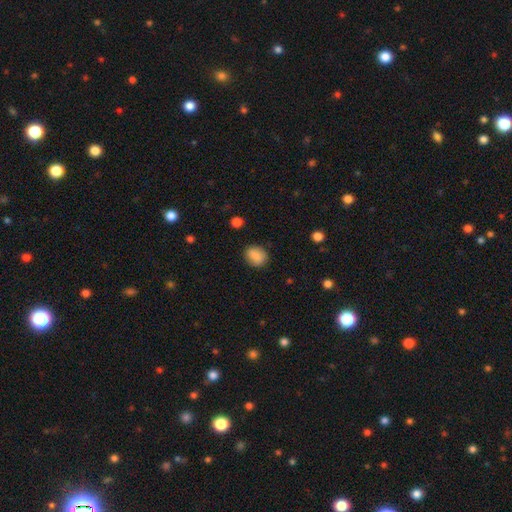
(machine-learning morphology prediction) Smooth or featured? smooth (86%)
How rounded? round (53%)
Merging? none (83%)